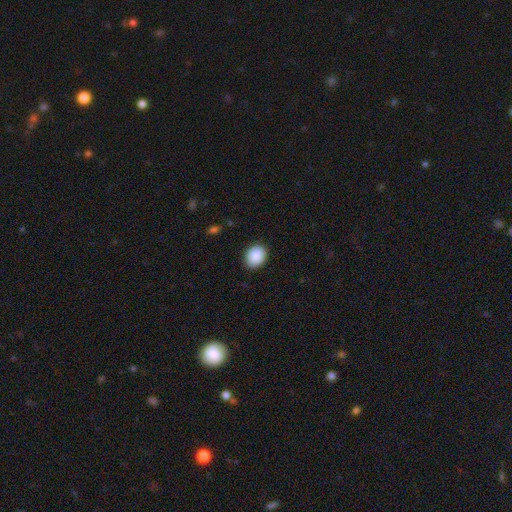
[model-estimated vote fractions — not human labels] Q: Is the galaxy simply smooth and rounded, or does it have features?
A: smooth — 90%.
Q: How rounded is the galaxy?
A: round — 50%.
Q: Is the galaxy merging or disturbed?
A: none — 88%.